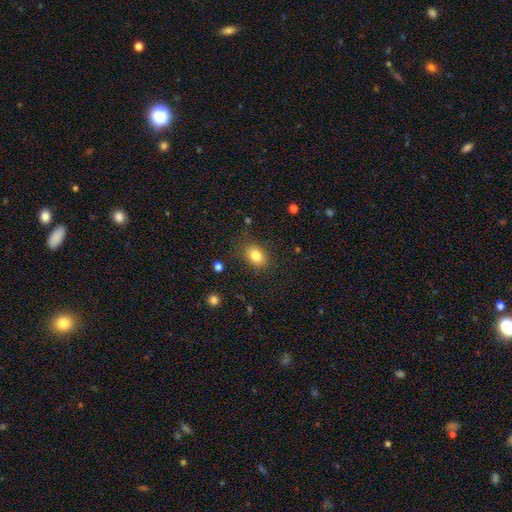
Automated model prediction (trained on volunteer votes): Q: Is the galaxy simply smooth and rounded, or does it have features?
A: smooth — 82%.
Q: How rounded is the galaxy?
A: in between — 72%.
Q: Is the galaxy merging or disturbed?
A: none — 83%.